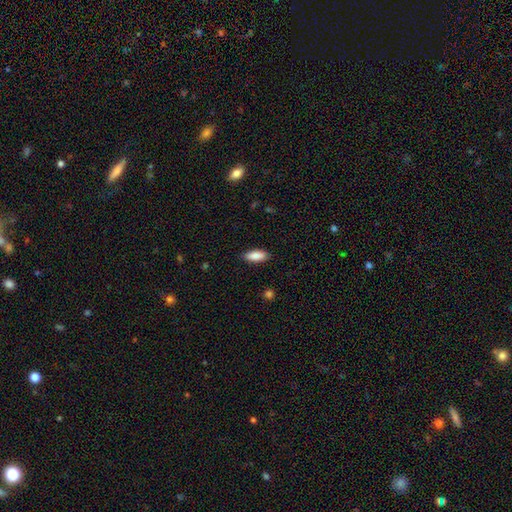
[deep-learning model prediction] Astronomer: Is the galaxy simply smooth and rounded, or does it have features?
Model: smooth — 88%.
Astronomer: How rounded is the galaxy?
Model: in between — 75%.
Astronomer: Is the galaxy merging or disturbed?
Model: none — 88%.